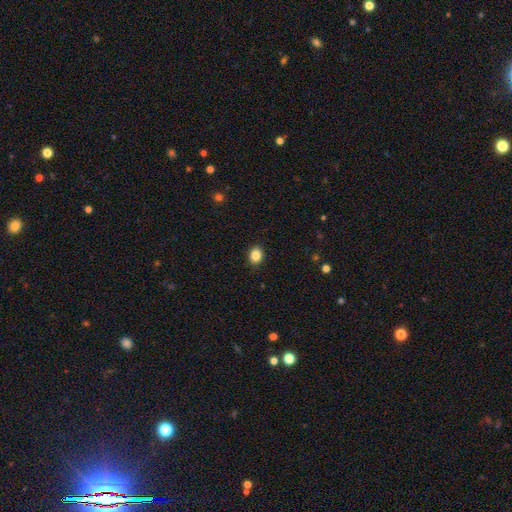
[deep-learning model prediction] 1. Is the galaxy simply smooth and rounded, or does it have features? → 85% smooth, 10% star or artifact, 5% featured or disk.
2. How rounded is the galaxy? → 50% round, 49% in between, 1% cigar-shaped.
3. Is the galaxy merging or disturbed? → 91% none, 6% minor disturbance, 2% major disturbance, 1% merger.